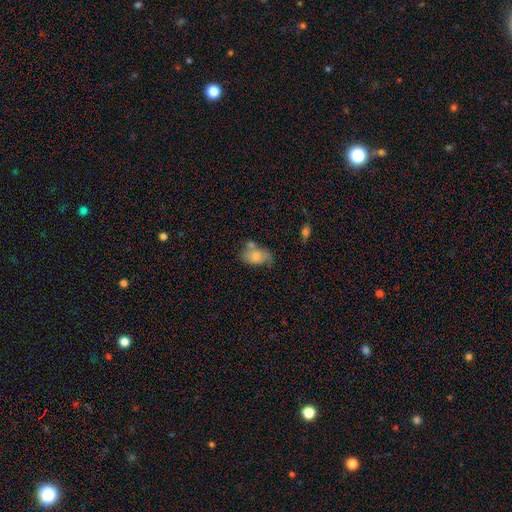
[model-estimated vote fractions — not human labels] The model was most divided on "merging": none: 39%, minor disturbance: 28%, merger: 22%, major disturbance: 12%. More confident: how rounded — in between (87%); smooth or featured — smooth (67%).